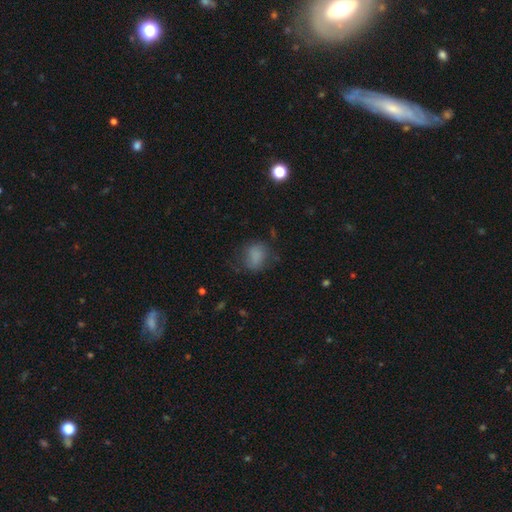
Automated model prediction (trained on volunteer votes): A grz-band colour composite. It shows a smooth galaxy with no disk features (78%) that is in between round and cigar-shaped (53%). Merging: none (59%).